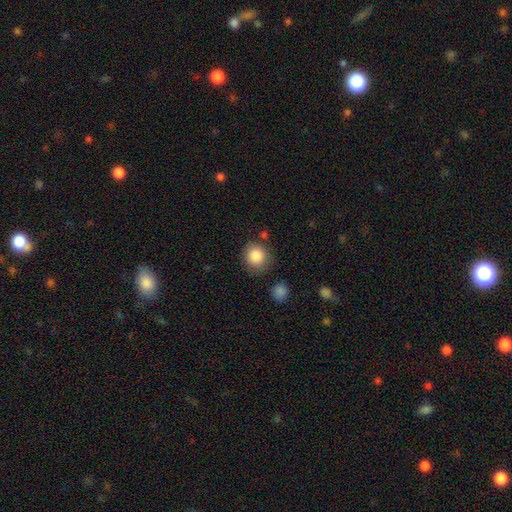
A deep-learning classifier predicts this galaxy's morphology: A smooth galaxy with no disk features (86%) that is round (89%). Merging: none (79%).